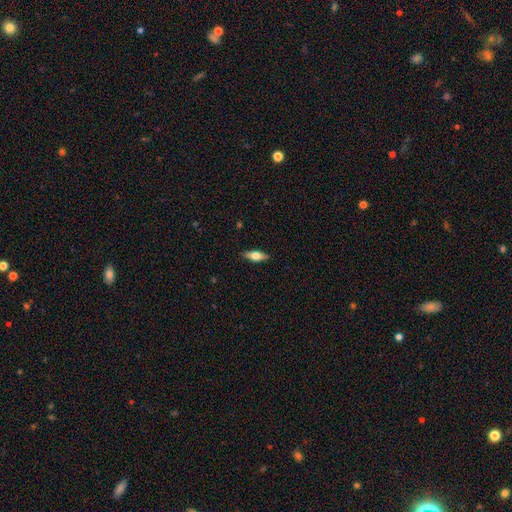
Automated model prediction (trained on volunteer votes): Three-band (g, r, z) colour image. It shows a smooth galaxy with no disk features (56%) that is in between round and cigar-shaped (65%). Merging: none (88%).